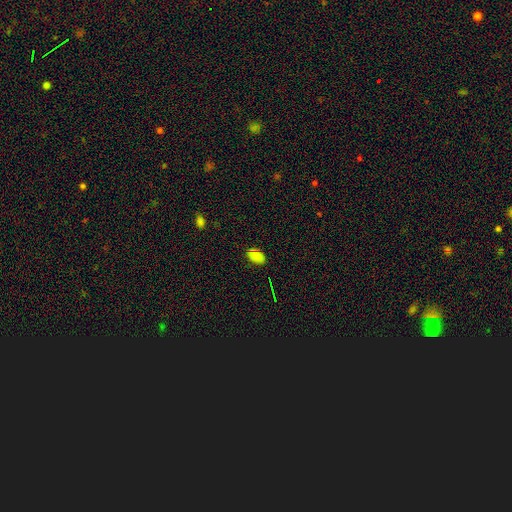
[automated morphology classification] smooth 80%, star or artifact 15%, featured or disk 4%. Down the decision tree: how rounded — in between (92%); merging — none (82%).